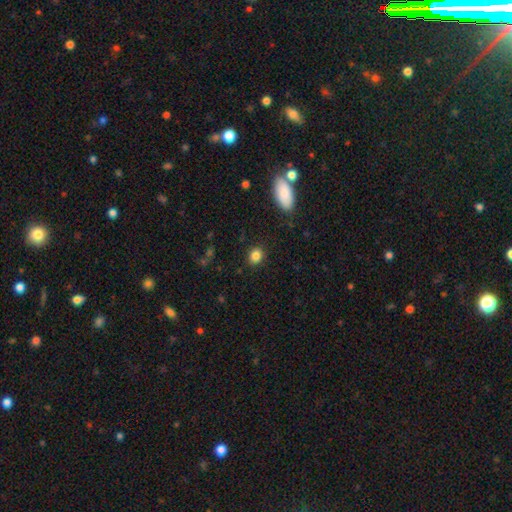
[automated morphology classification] Smooth or featured?
  - smooth: 85% *
  - star or artifact: 10%
  - featured or disk: 5%
How rounded?
  - round: 59% *
  - in between: 40%
  - cigar-shaped: 1%
Merging?
  - none: 87% *
  - minor disturbance: 9%
  - major disturbance: 3%
  - merger: 1%